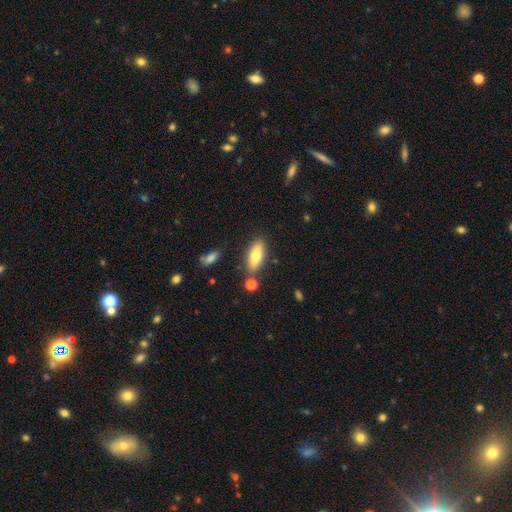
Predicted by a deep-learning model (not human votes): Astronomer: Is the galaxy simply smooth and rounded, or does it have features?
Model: smooth — 75%.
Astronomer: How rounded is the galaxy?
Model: in between — 79%.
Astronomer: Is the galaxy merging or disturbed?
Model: none — 78%.